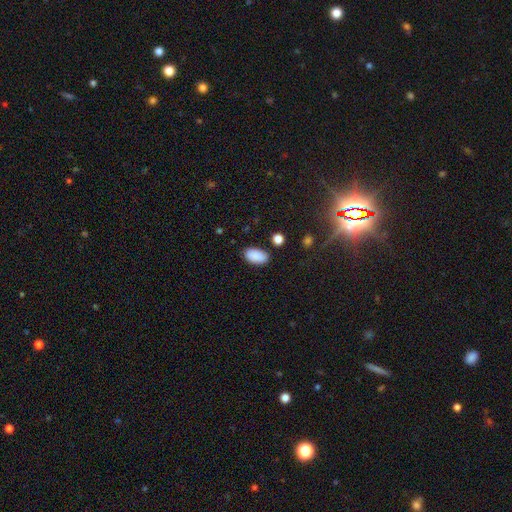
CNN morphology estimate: Smooth or featured?
  - smooth: 89% *
  - star or artifact: 7%
  - featured or disk: 4%
How rounded?
  - in between: 94% *
  - round: 4%
  - cigar-shaped: 2%
Merging?
  - none: 83% *
  - minor disturbance: 12%
  - major disturbance: 3%
  - merger: 3%